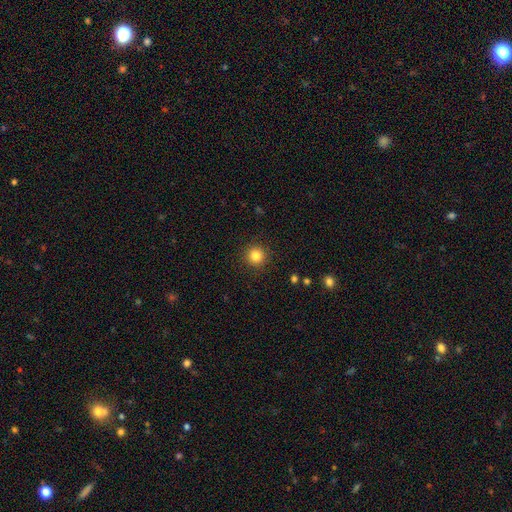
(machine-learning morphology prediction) Smooth or featured? smooth (84%)
How rounded? round (95%)
Merging? none (92%)